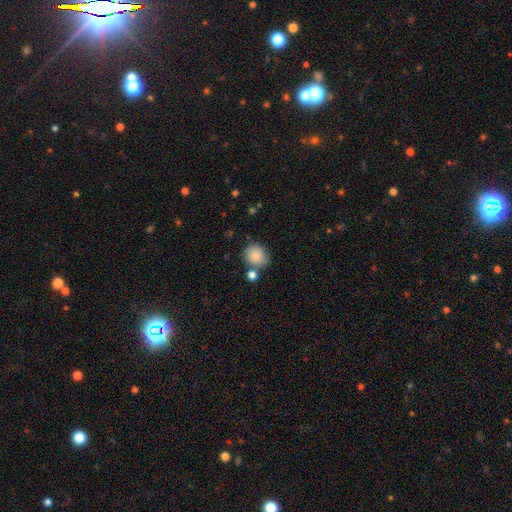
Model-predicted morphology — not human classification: smooth 83%, star or artifact 9%, featured or disk 8%. Down the decision tree: how rounded — round (79%); merging — none (68%).